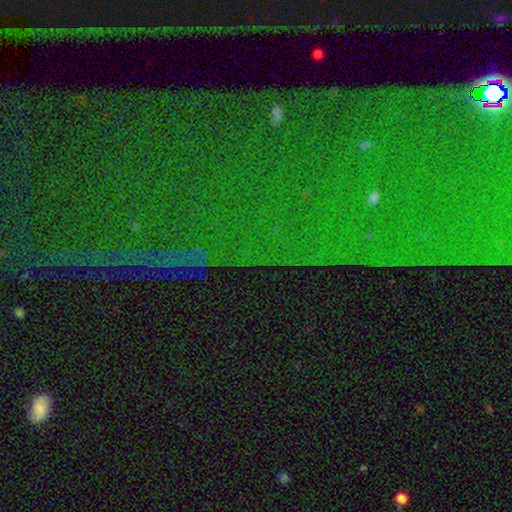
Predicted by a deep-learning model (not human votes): This appears to be a star or artifact, not a galaxy (82%).